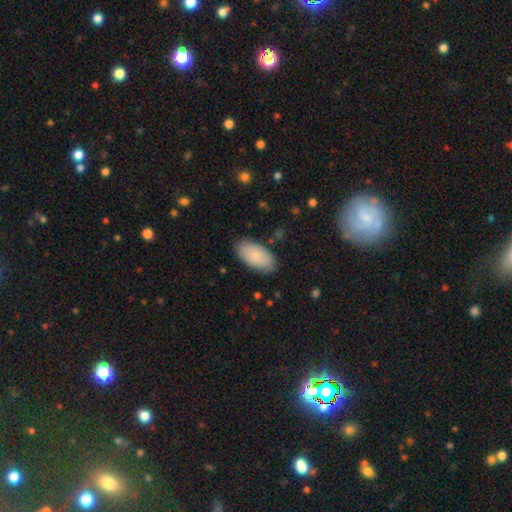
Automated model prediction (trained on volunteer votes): Morphology: type=smooth (84%); roundness=in between (95%); merging=none (85%).